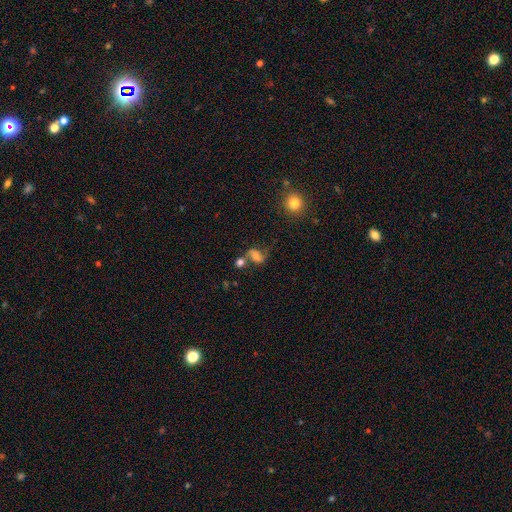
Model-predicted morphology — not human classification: Smooth or featured: featured or disk — 56% (smooth — 31%)
Edge-on disk: no — 97% (yes — 3%)
Bar: no — 48% (weak — 37%)
Spiral arms: yes — 88% (no — 12%)
Bulge size: moderate — 39% (small — 32%)
Merging: none — 44% (merger — 25%)